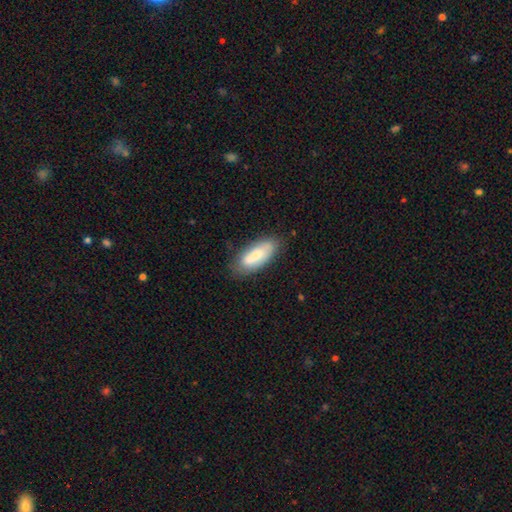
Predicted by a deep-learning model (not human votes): A smooth galaxy with no disk features (72%) that is in between round and cigar-shaped (78%).

Vote fractions:
- Smooth or featured? smooth: 72% / featured or disk: 22% / star or artifact: 6%
- How rounded? in between: 78% / cigar-shaped: 20% / round: 2%
- Merging? none: 74% / minor disturbance: 20% / major disturbance: 5% / merger: 2%